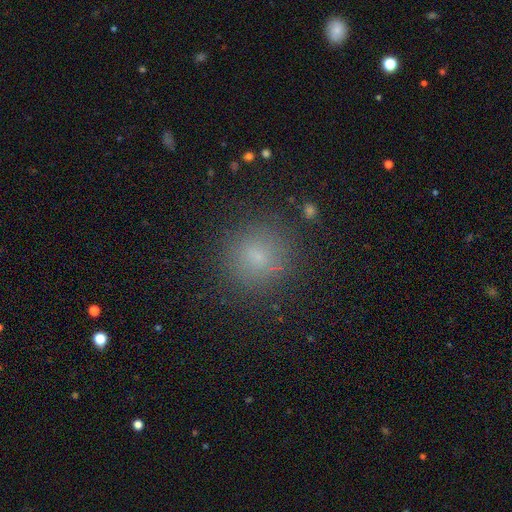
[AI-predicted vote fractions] Smooth or featured?
  - smooth: 74% *
  - star or artifact: 18%
  - featured or disk: 8%
How rounded?
  - round: 92% *
  - in between: 7%
  - cigar-shaped: 1%
Merging?
  - none: 87% *
  - minor disturbance: 8%
  - major disturbance: 3%
  - merger: 1%